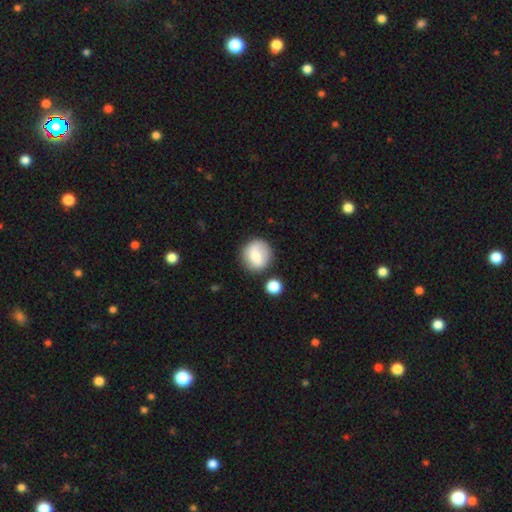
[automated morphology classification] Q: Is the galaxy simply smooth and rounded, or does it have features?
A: smooth — 68%.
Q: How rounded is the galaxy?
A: round — 89%.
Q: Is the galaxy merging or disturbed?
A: none — 74%.